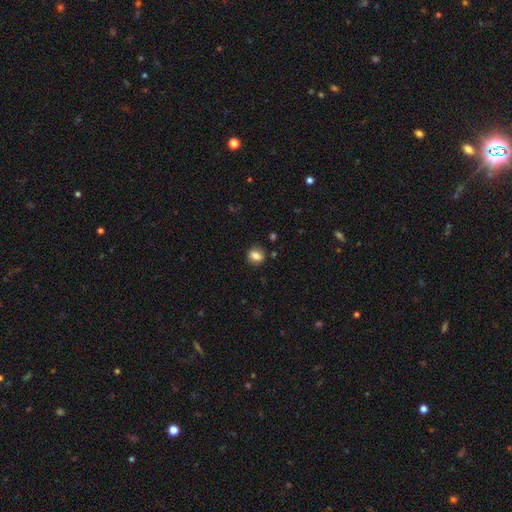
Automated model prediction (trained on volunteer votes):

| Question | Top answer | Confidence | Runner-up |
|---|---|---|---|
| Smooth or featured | smooth | 79% | featured or disk (11%) |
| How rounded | in between | 50% | round (49%) |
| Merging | none | 81% | minor disturbance (13%) |